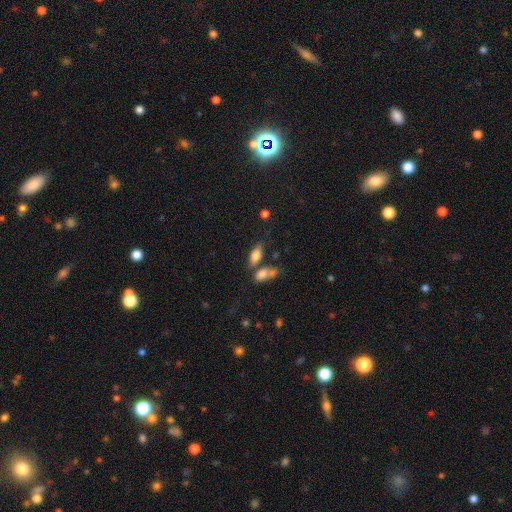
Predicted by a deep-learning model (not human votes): Overall: smooth (73%). How rounded: in between (77%). Merging: none (54%; merger 25%).